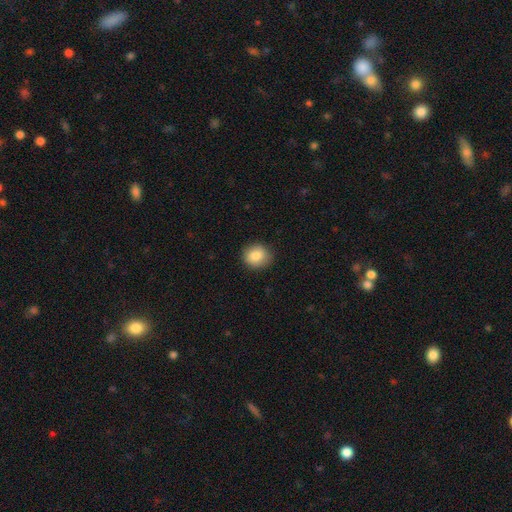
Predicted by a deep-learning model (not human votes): Smooth or featured? smooth (85%)
How rounded? round (80%)
Merging? none (86%)